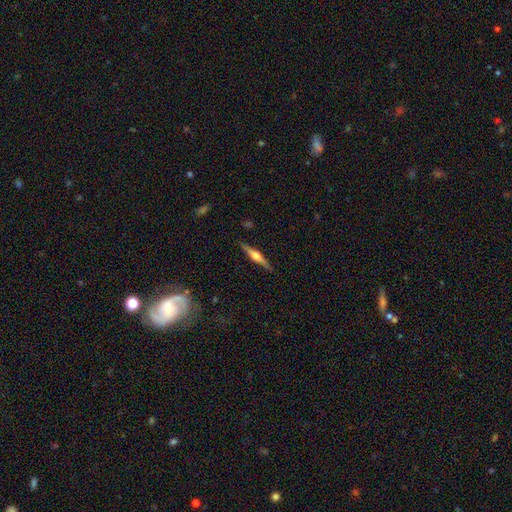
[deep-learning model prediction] The model was most divided on "smooth or featured": featured or disk: 74%, smooth: 20%, star or artifact: 6%. More confident: edge-on disk — yes (98%); edge-on bulge — rounded (91%); merging — none (90%).